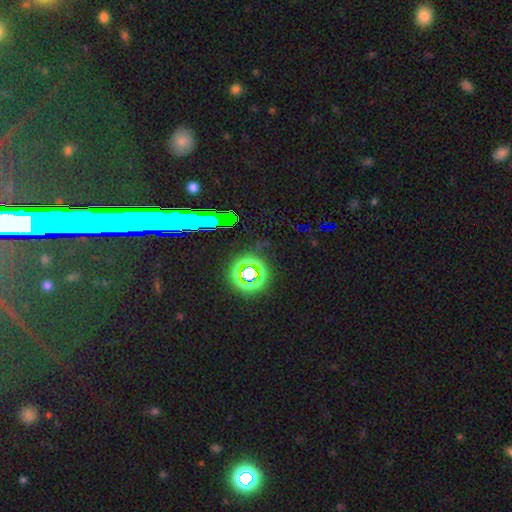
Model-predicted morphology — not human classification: Smooth or featured?
  - star or artifact: 63% *
  - smooth: 20%
  - featured or disk: 17%